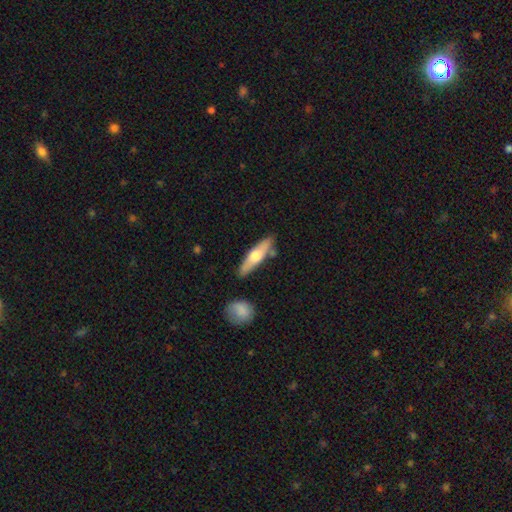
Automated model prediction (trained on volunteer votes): Smooth or featured? Predicted: smooth (p=0.50). How rounded? Predicted: cigar-shaped (p=0.68). Merging? Predicted: none (p=0.80).